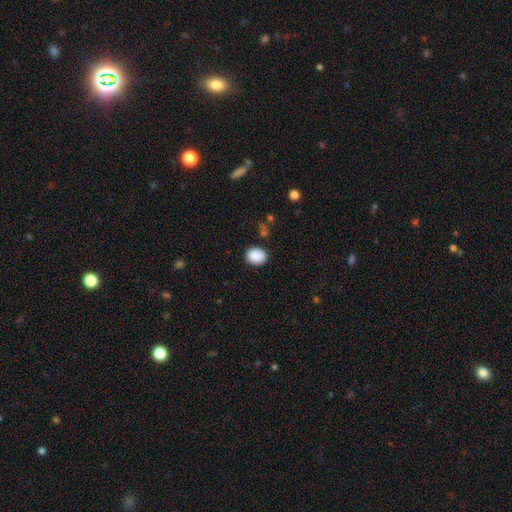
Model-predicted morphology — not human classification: Smooth or featured: smooth — 89% (star or artifact — 8%)
How rounded: round — 54% (in between — 45%)
Merging: none — 85% (minor disturbance — 10%)